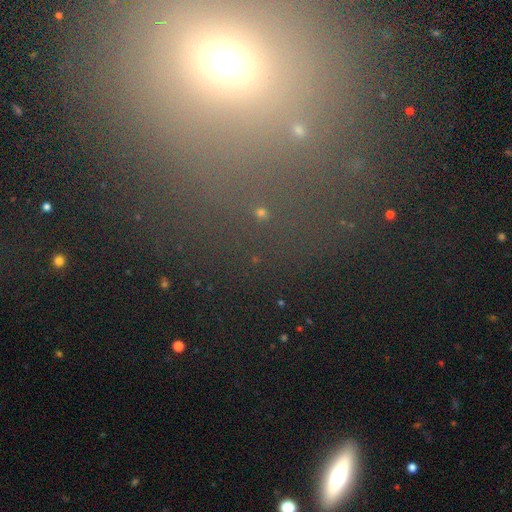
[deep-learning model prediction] smooth-or-featured: star or artifact: 46% | smooth: 39% | featured or disk: 15%